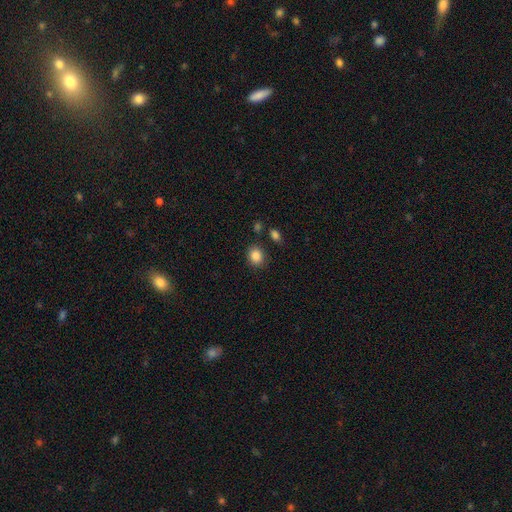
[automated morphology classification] The model was most divided on "how rounded": round: 61%, in between: 38%, cigar-shaped: 1%. More confident: smooth or featured — smooth (87%); merging — none (81%).